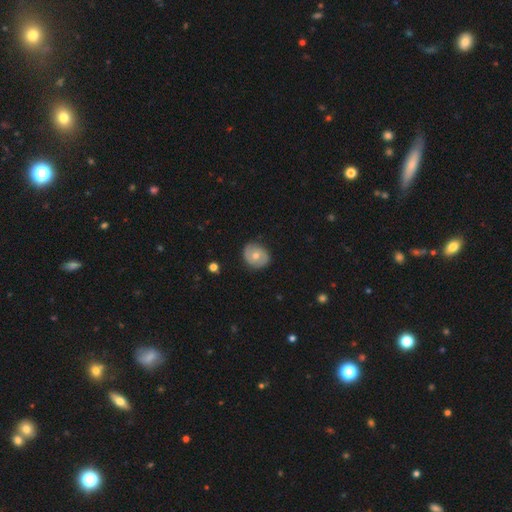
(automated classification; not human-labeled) A featured or disk galaxy (50%).

Vote fractions:
- Smooth or featured? featured or disk: 50% / smooth: 43% / star or artifact: 7%
- Merging? none: 80% / minor disturbance: 15% / major disturbance: 3% / merger: 1%